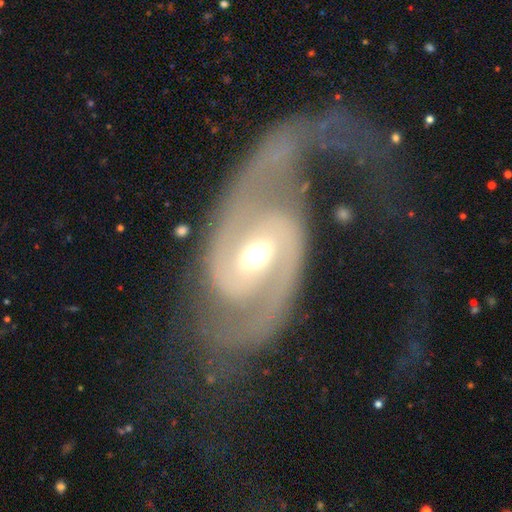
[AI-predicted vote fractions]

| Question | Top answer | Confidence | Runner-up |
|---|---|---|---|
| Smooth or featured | featured or disk | 91% | smooth (5%) |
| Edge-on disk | no | 97% | yes (3%) |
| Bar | weak | 44% | no (29%) |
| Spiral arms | yes | 97% | no (3%) |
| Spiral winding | medium | 45% | loose (34%) |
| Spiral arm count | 2 | 92% | can't tell (2%) |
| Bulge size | moderate | 72% | small (17%) |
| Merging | none | 51% | major disturbance (28%) |